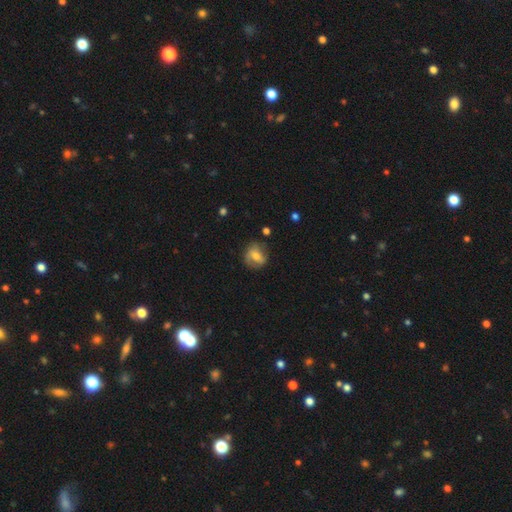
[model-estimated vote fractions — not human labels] Smooth or featured?
  - smooth: 49% *
  - featured or disk: 42%
  - star or artifact: 9%
Merging?
  - none: 70% *
  - minor disturbance: 21%
  - major disturbance: 7%
  - merger: 2%